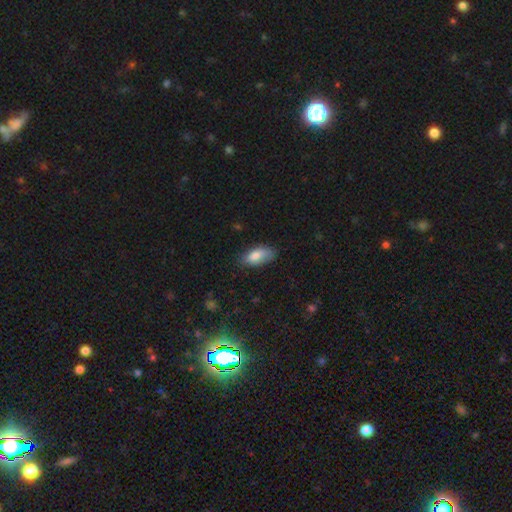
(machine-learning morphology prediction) This appears to be a smooth galaxy with no disk features (82%) that is in between round and cigar-shaped (89%). Merging: none (72%).